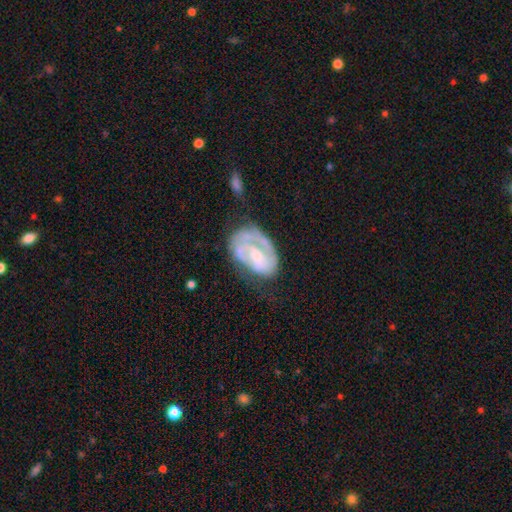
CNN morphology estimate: This is likely a featured or disk galaxy (70%). It is clearly not viewed edge-on (97%). Bar: likely no (62%). Spiral arm pattern: likely yes (70%). Central bulge: marginally moderate (39%). Merging: marginally none (42%).